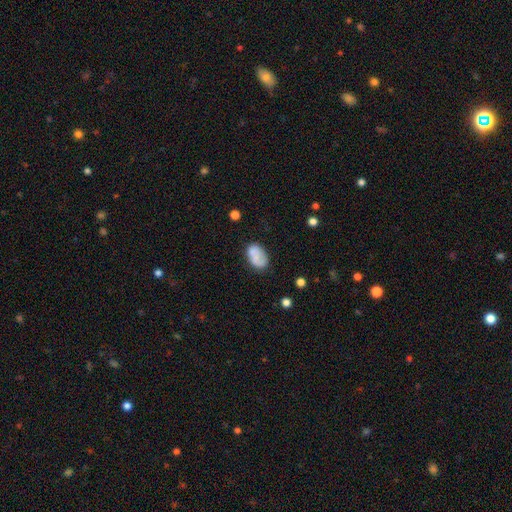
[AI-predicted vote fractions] smooth 72%, featured or disk 20%, star or artifact 8%. Down the decision tree: how rounded — in between (88%); merging — none (59%).